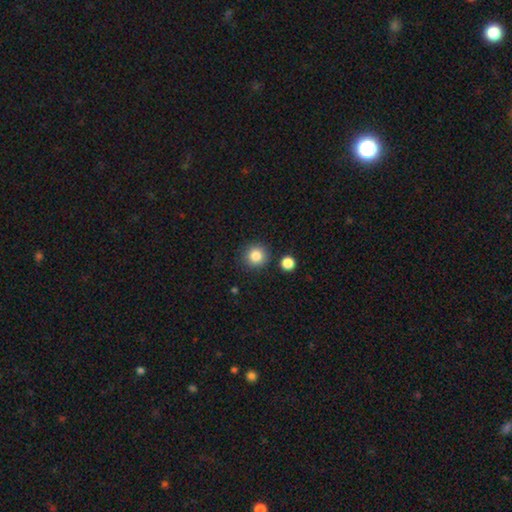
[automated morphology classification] This appears to be a smooth galaxy with no disk features (85%) that is round (93%). Merging: none (87%).